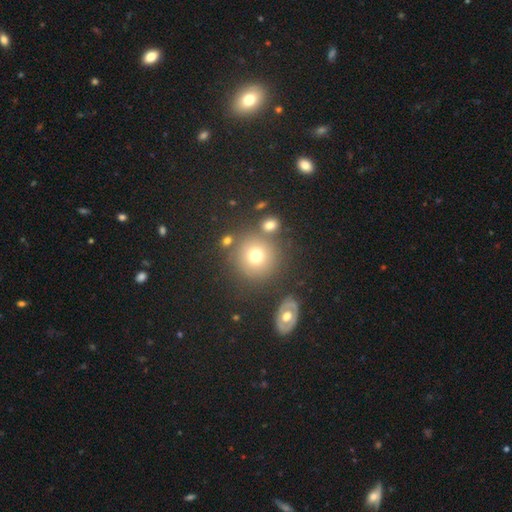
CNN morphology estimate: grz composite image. It shows a smooth galaxy with no disk features (73%) that is round (91%). Merging: none (75%).